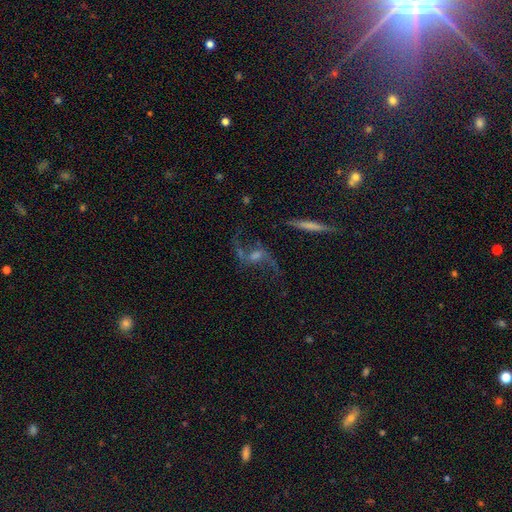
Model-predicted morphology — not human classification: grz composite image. It shows a featured or disk galaxy (82%) with no bar (44%), 2 (92%) loose (80%) spiral arms (94%) and a moderate central bulge (45%). Merging: none (66%).